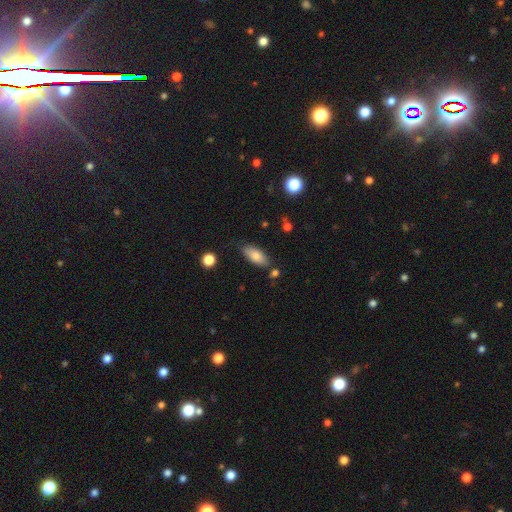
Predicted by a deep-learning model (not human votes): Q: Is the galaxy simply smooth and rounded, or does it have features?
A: smooth — 78%.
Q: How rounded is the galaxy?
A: in between — 86%.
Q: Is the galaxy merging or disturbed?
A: none — 75%.